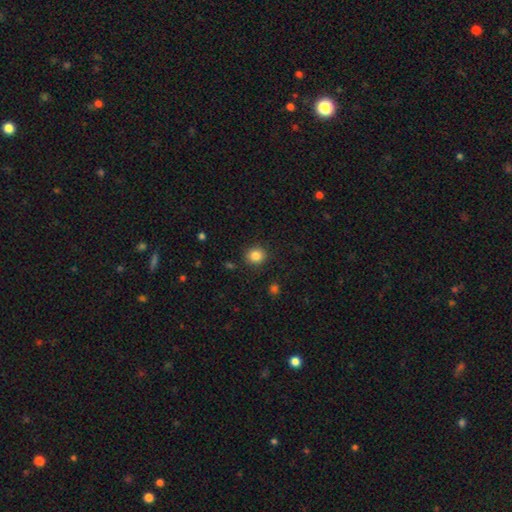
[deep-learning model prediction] smooth-or-featured: smooth: 85% | star or artifact: 10% | featured or disk: 5%
  how-rounded: round: 87% | in between: 12% | cigar-shaped: 1%
  merging: none: 90% | minor disturbance: 7% | major disturbance: 2% | merger: 1%